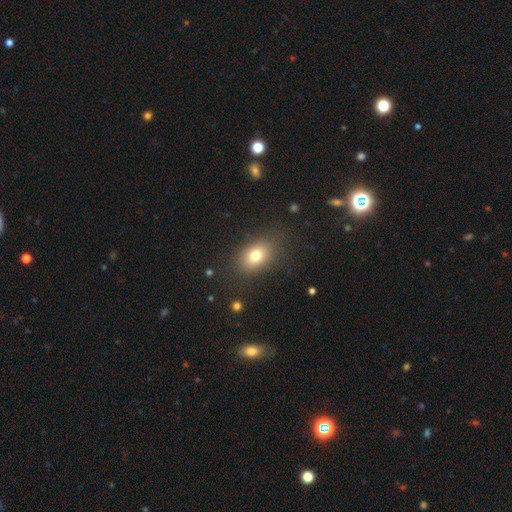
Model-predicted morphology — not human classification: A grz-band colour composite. It shows a smooth galaxy with no disk features (75%) that is in between round and cigar-shaped (75%). Merging: none (83%).